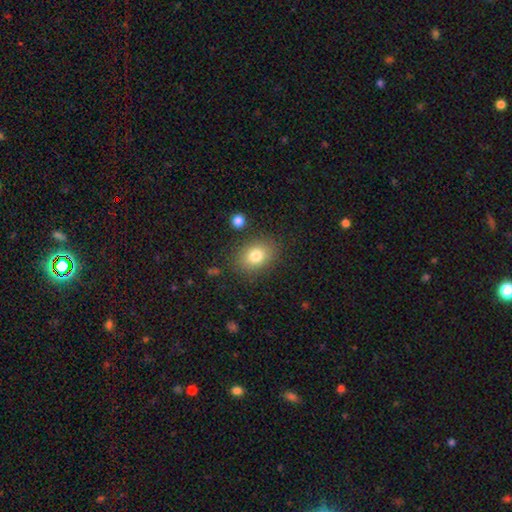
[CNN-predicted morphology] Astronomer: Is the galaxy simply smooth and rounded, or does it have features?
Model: smooth — 80%.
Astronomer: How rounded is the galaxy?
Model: in between — 63%.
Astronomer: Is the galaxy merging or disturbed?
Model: none — 83%.